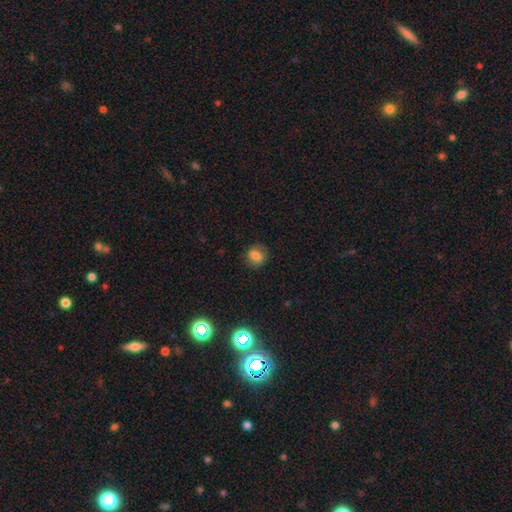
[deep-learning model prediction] This appears to be a smooth galaxy with no disk features (78%) that is round (58%). Merging: none (81%).